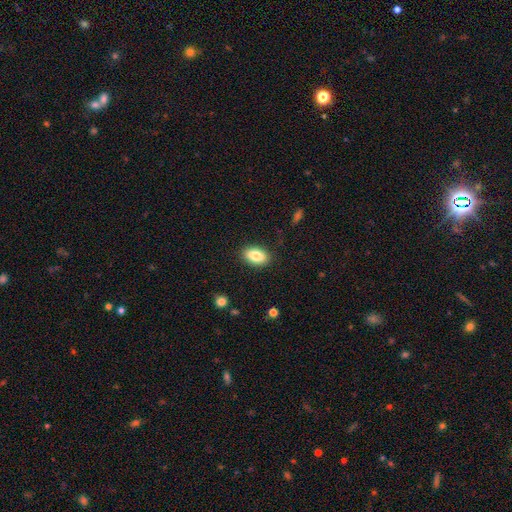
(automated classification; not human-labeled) Smooth or featured? smooth (84%)
How rounded? in between (91%)
Merging? none (88%)